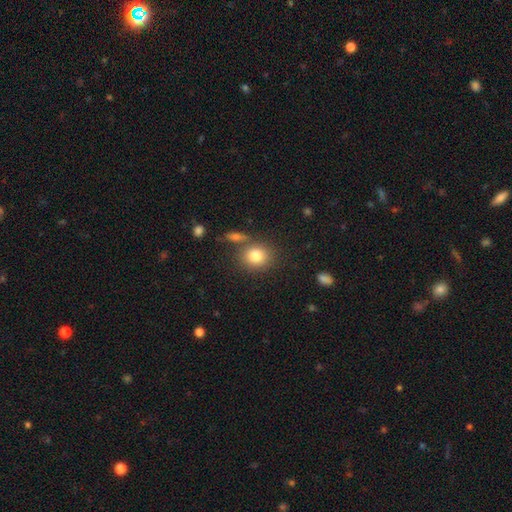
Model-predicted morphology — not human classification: Smooth or featured? Predicted: smooth (p=0.82). How rounded? Predicted: round (p=0.75). Merging? Predicted: none (p=0.70).